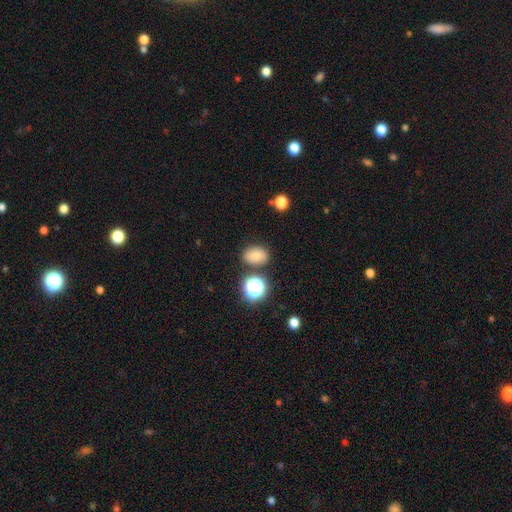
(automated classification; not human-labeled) Overall: smooth (78%). How rounded: in between (70%). Merging: none (78%).